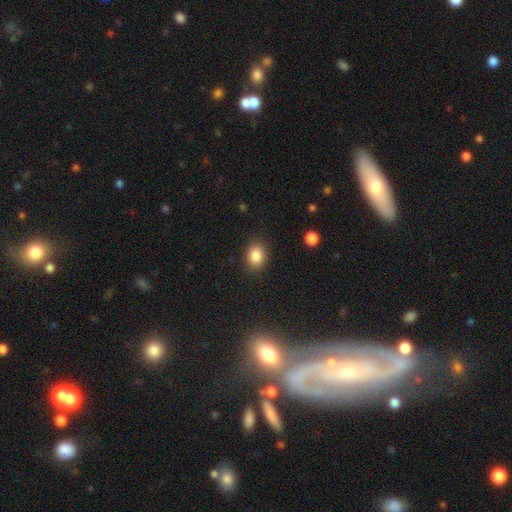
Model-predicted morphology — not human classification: Smooth or featured? smooth (86%)
How rounded? in between (66%)
Merging? none (86%)